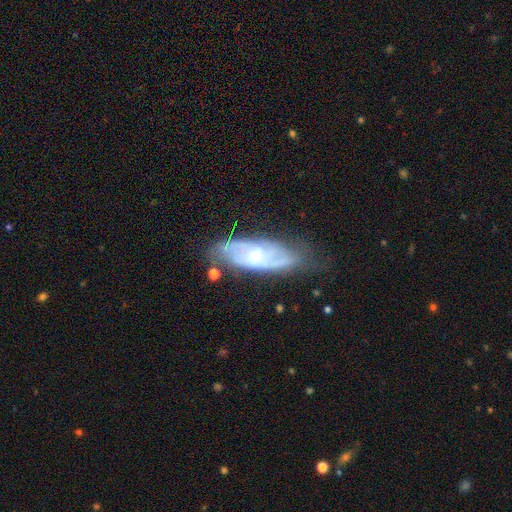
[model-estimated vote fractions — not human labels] Smooth or featured?
  - featured or disk: 74% *
  - smooth: 20%
  - star or artifact: 6%
Edge-on disk?
  - no: 86% *
  - yes: 14%
Bar?
  - no: 61% *
  - weak: 33%
  - strong: 7%
Spiral arms?
  - yes: 87% *
  - no: 13%
Spiral winding?
  - tight: 45% *
  - medium: 40%
  - loose: 14%
Spiral arm count?
  - 2: 42% *
  - can't tell: 37%
  - 3: 12%
  - 4: 4%
  - 1: 3%
  - more than 4: 2%
Bulge size?
  - small: 60% *
  - moderate: 36%
  - none: 2%
  - large: 1%
  - dominant: 1%
Merging?
  - none: 66% *
  - minor disturbance: 24%
  - major disturbance: 7%
  - merger: 3%